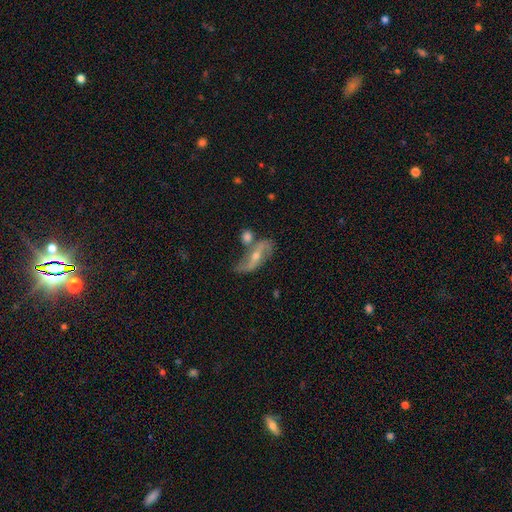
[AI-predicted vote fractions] The model was most divided on "bar": no: 37%, weak: 34%, strong: 29%. More confident: spiral arms — yes (89%); spiral arm count — 2 (88%); edge-on disk — no (88%); smooth or featured — featured or disk (79%); spiral winding — loose (66%); bulge size — moderate (51%); merging — none (51%).